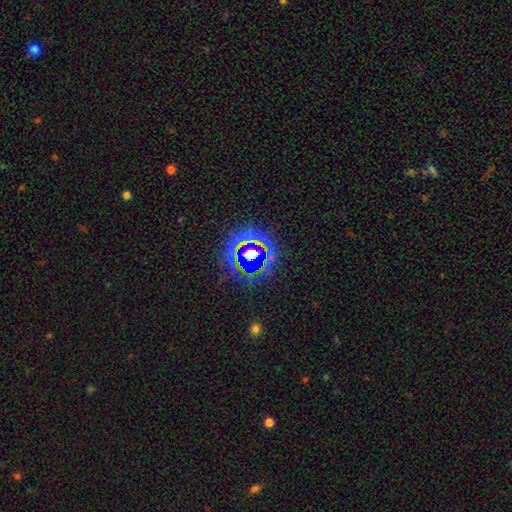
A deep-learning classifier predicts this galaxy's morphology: This appears to be a star or artifact, not a galaxy (71%).